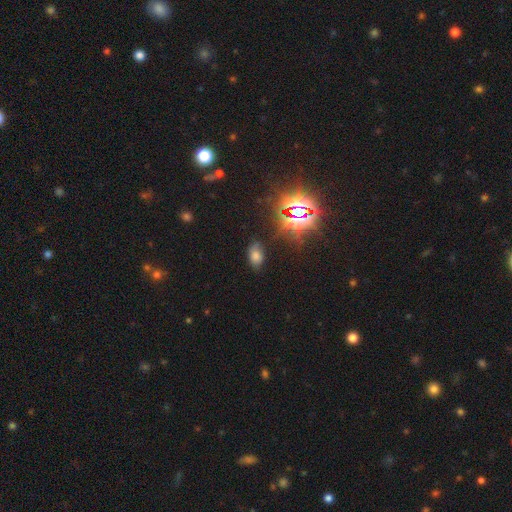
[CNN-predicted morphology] Smooth or featured?
  - smooth: 56% *
  - star or artifact: 33%
  - featured or disk: 11%
How rounded?
  - in between: 88% *
  - round: 10%
  - cigar-shaped: 2%
Merging?
  - none: 74% *
  - minor disturbance: 18%
  - major disturbance: 6%
  - merger: 2%